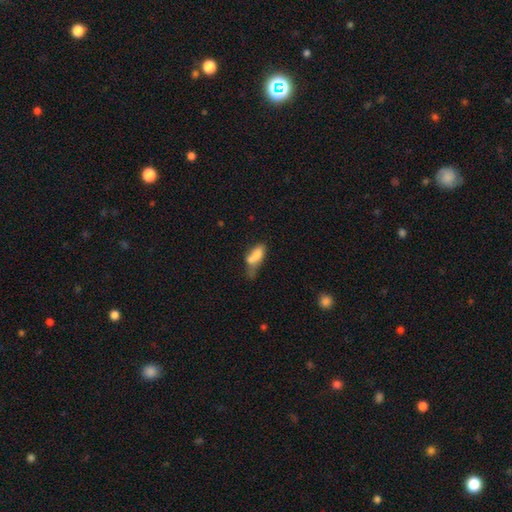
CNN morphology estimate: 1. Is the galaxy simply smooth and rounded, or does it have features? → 70% smooth, 21% featured or disk, 9% star or artifact.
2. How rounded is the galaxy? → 77% in between, 18% cigar-shaped, 5% round.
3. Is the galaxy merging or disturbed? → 39% merger, 22% minor disturbance, 21% none, 19% major disturbance.